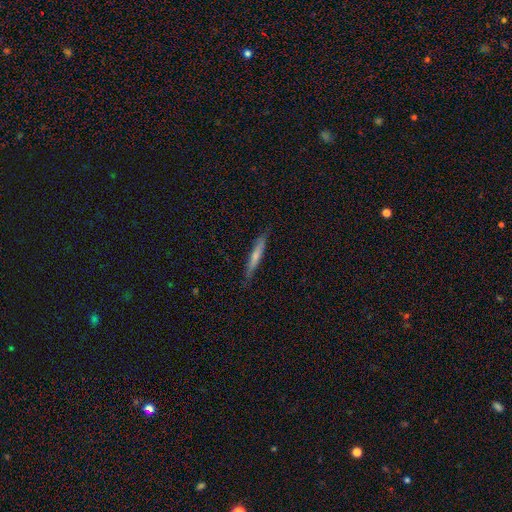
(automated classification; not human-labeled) Smooth or featured? Predicted: smooth (p=0.60). How rounded? Predicted: cigar-shaped (p=0.94). Merging? Predicted: none (p=0.86).